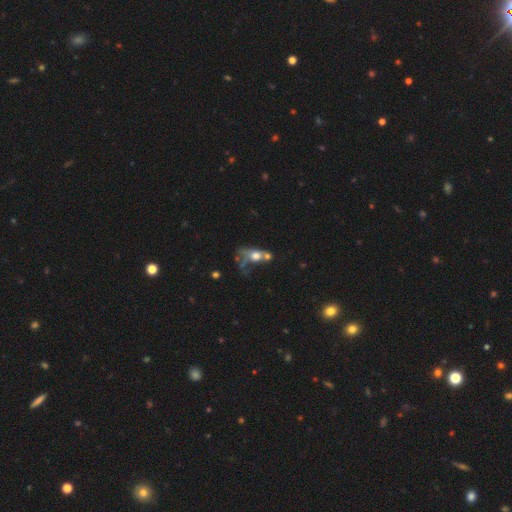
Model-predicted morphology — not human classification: A smooth galaxy with no disk features (49%).

Vote fractions:
- Smooth or featured? smooth: 49% / featured or disk: 38% / star or artifact: 13%
- Merging? merger: 40% / major disturbance: 31% / none: 17% / minor disturbance: 12%